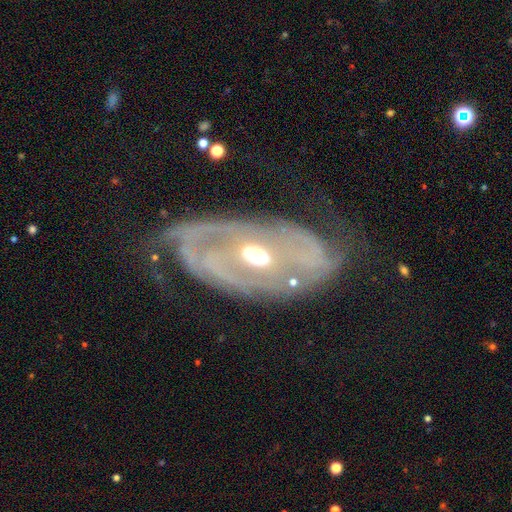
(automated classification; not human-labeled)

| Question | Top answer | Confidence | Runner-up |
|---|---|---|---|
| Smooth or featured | featured or disk | 85% | smooth (10%) |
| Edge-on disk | no | 93% | yes (7%) |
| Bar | no | 53% | weak (31%) |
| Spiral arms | yes | 76% | no (24%) |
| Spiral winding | tight | 44% | medium (33%) |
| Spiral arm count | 2 | 46% | can't tell (26%) |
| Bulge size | moderate | 68% | small (17%) |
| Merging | none | 48% | major disturbance (25%) |